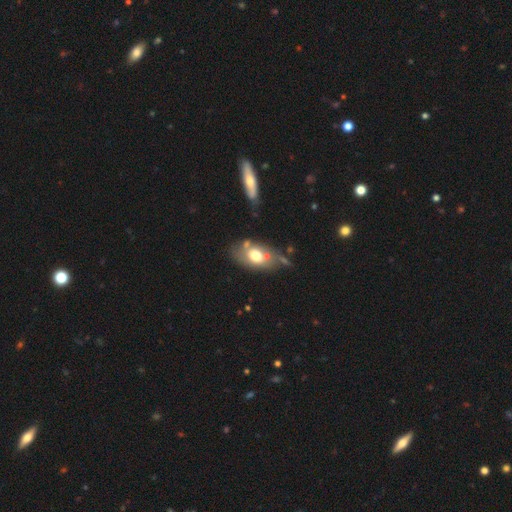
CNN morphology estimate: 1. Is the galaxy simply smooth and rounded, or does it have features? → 62% smooth, 30% featured or disk, 8% star or artifact.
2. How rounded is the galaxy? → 85% in between, 12% round, 2% cigar-shaped.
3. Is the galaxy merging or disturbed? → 48% none, 23% minor disturbance, 17% merger, 11% major disturbance.